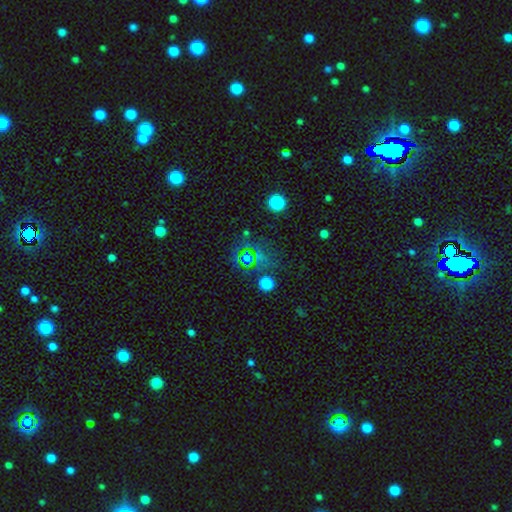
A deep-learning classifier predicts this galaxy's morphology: type=star or artifact (58%).